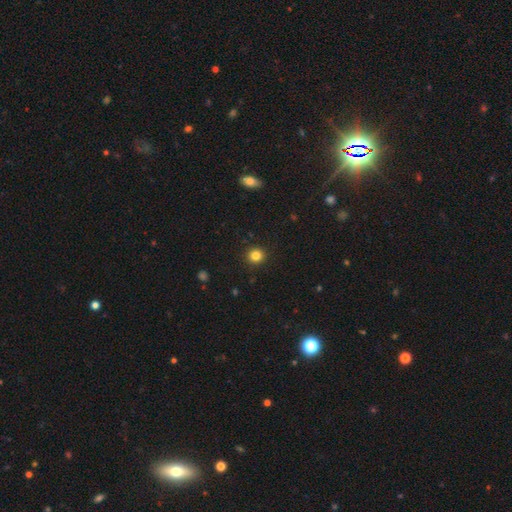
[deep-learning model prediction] This is clearly a smooth galaxy (83%). How rounded: clearly round (93%). Merging: clearly none (92%).